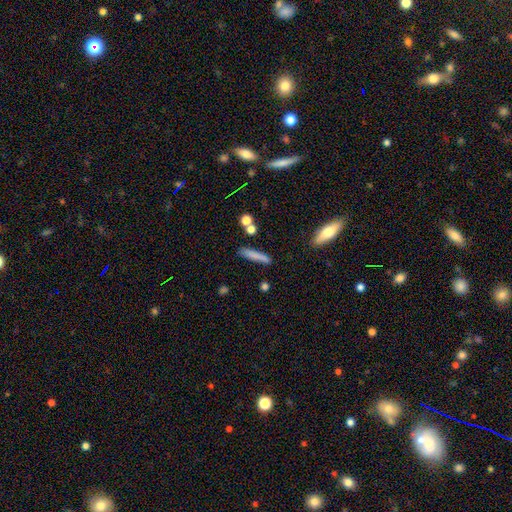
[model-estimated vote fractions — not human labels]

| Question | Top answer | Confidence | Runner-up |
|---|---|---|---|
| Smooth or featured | smooth | 76% | featured or disk (16%) |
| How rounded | cigar-shaped | 88% | in between (9%) |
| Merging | none | 75% | minor disturbance (15%) |